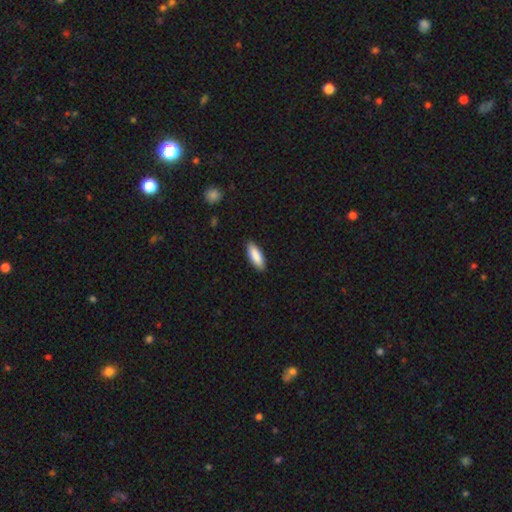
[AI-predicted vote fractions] A smooth galaxy with no disk features (89%) that is in between round and cigar-shaped (65%).

Vote fractions:
- Smooth or featured? smooth: 89% / featured or disk: 6% / star or artifact: 5%
- How rounded? in between: 65% / cigar-shaped: 34% / round: 2%
- Merging? none: 89% / minor disturbance: 8% / major disturbance: 2% / merger: 1%